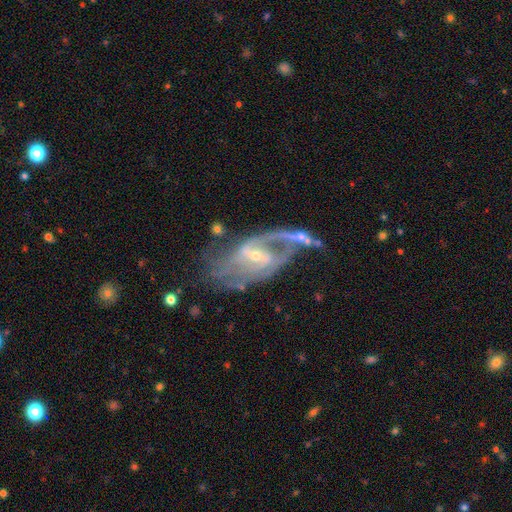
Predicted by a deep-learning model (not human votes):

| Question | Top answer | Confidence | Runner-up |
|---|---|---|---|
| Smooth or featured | featured or disk | 84% | smooth (8%) |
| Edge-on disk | no | 94% | yes (6%) |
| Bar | weak | 44% | no (29%) |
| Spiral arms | yes | 87% | no (13%) |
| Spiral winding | medium | 45% | loose (30%) |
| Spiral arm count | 2 | 51% | 1 (23%) |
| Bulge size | small | 68% | moderate (27%) |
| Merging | none | 35% | major disturbance (30%) |